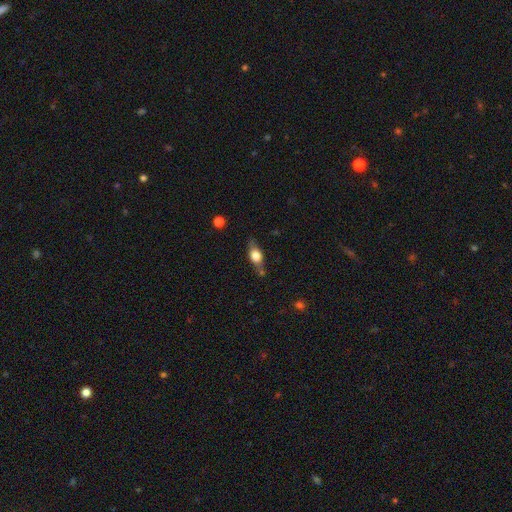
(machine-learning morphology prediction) Smooth or featured?
  - smooth: 55% *
  - featured or disk: 38%
  - star or artifact: 8%
How rounded?
  - in between: 67% *
  - cigar-shaped: 22%
  - round: 11%
Merging?
  - none: 68% *
  - minor disturbance: 21%
  - major disturbance: 6%
  - merger: 5%